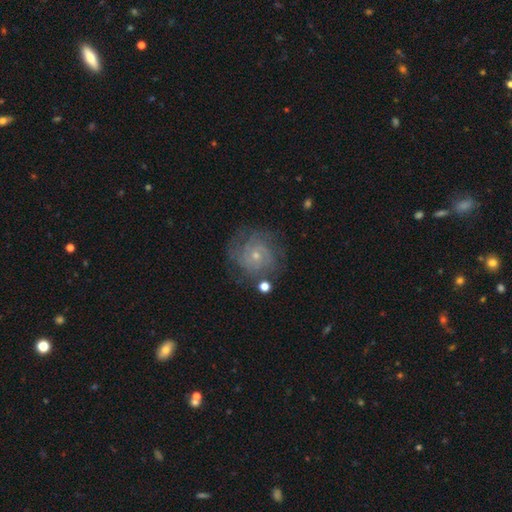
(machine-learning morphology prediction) This appears to be a featured or disk galaxy (74%) with no bar (78%), tight (64%) spiral arms (90%) and a small central bulge (76%). Merging: none (73%).